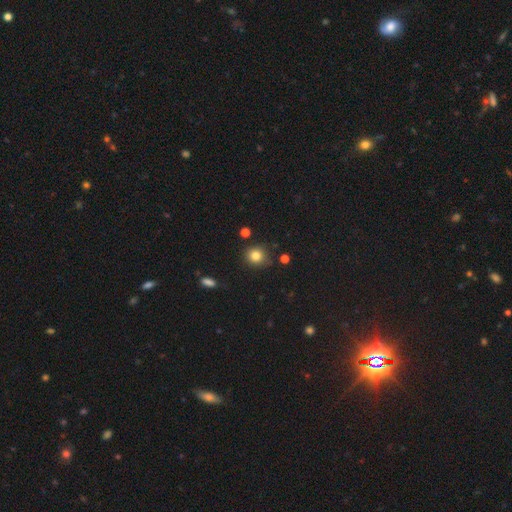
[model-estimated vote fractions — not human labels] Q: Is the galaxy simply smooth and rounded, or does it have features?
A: smooth — 82%.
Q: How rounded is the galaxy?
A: round — 84%.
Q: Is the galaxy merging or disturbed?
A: none — 83%.